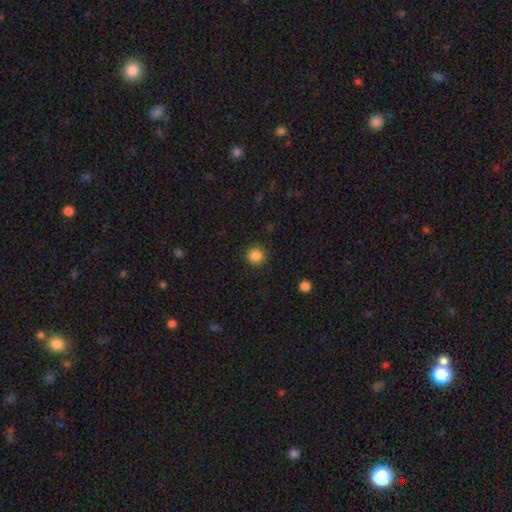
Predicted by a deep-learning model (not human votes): This appears to be a smooth galaxy with no disk features (86%) that is round (94%). Merging: none (90%).